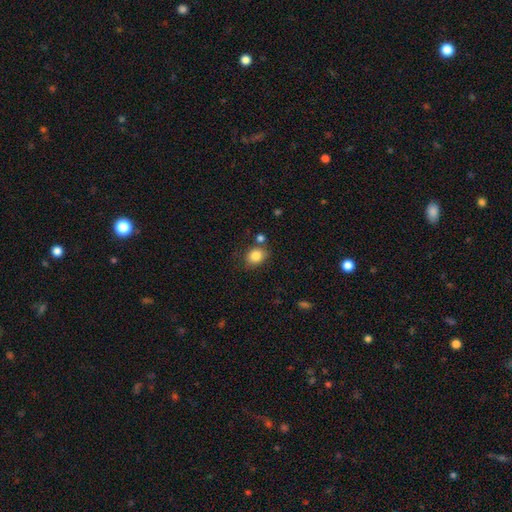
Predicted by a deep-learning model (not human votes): Q: Smooth or featured?
A: smooth (84%); runner-up: star or artifact (10%)
Q: How rounded?
A: round (56%); runner-up: in between (43%)
Q: Merging?
A: none (72%); runner-up: minor disturbance (14%)